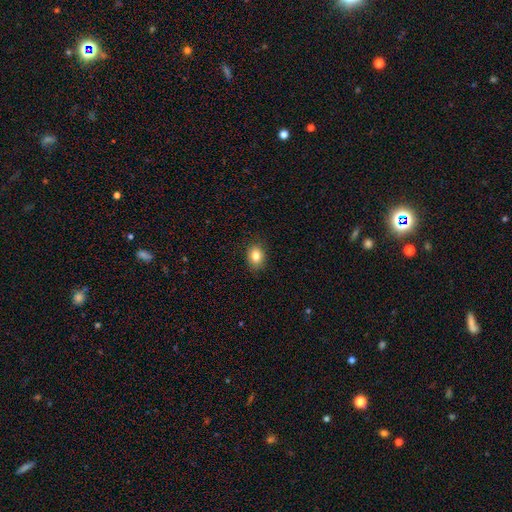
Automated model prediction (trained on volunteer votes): This is clearly a smooth galaxy (85%). How rounded: likely in between (68%). Merging: clearly none (86%).